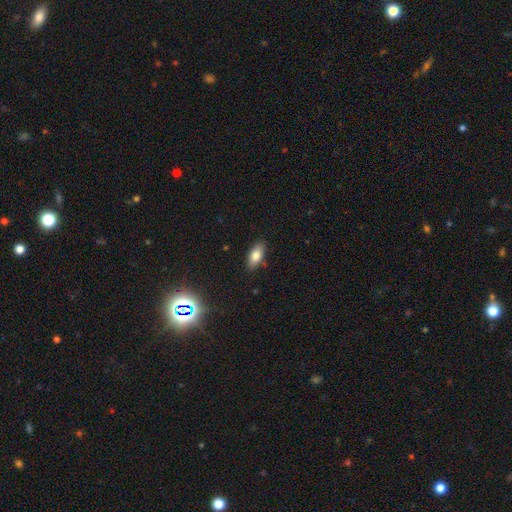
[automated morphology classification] Smooth or featured?
  - smooth: 78% *
  - featured or disk: 13%
  - star or artifact: 9%
How rounded?
  - in between: 85% *
  - cigar-shaped: 12%
  - round: 3%
Merging?
  - none: 85% *
  - minor disturbance: 11%
  - major disturbance: 2%
  - merger: 2%